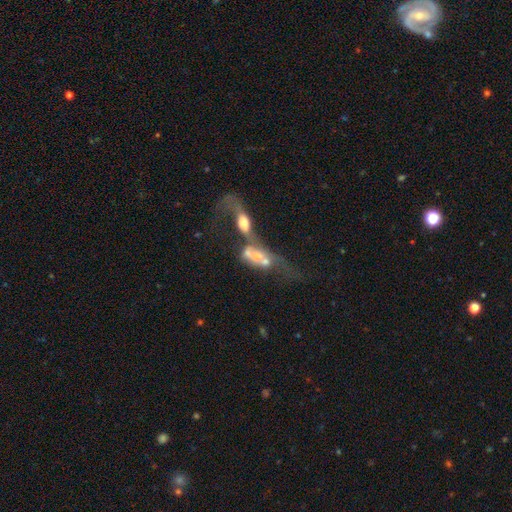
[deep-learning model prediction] Smooth or featured: featured or disk — 49% (smooth — 39%)
Merging: merger — 72% (major disturbance — 15%)